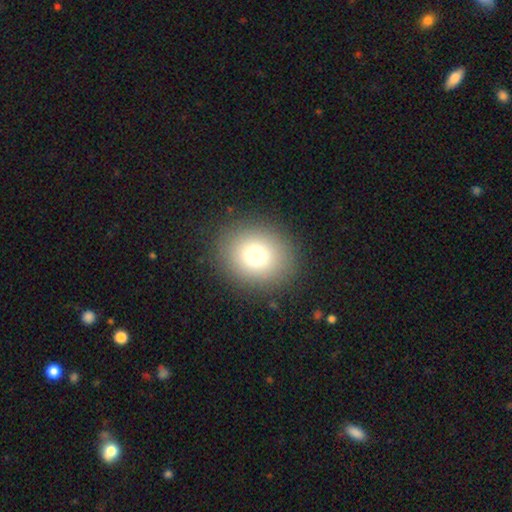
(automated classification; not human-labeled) This is likely a smooth galaxy (75%). How rounded: likely round (72%). Merging: clearly none (88%).